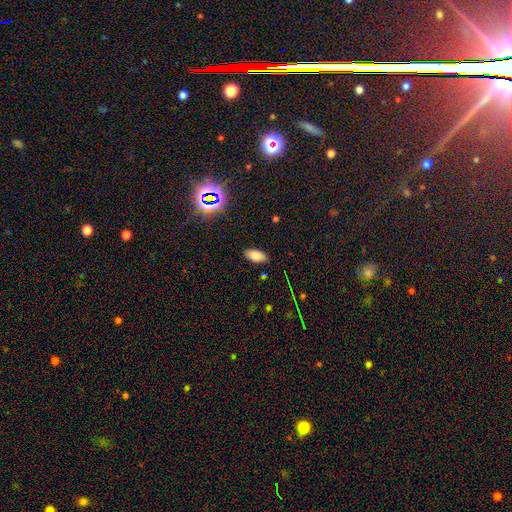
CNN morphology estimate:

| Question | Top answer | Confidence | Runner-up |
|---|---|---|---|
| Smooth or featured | smooth | 79% | star or artifact (13%) |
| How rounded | in between | 91% | cigar-shaped (6%) |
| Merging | none | 87% | minor disturbance (9%) |